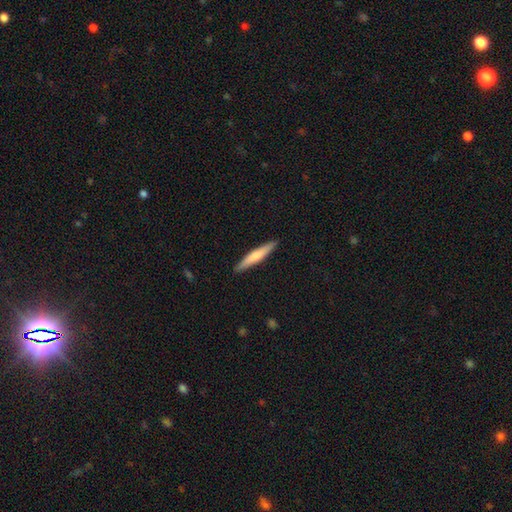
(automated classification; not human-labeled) Smooth or featured?
  - smooth: 62% *
  - featured or disk: 33%
  - star or artifact: 5%
How rounded?
  - cigar-shaped: 93% *
  - in between: 6%
  - round: 1%
Merging?
  - none: 91% *
  - minor disturbance: 7%
  - major disturbance: 1%
  - merger: 1%